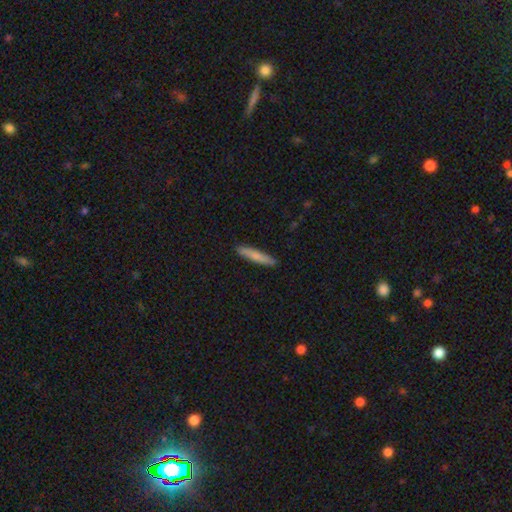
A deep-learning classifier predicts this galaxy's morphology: Q: Smooth or featured?
A: smooth (76%); runner-up: featured or disk (18%)
Q: How rounded?
A: cigar-shaped (91%); runner-up: in between (7%)
Q: Merging?
A: none (89%); runner-up: minor disturbance (8%)